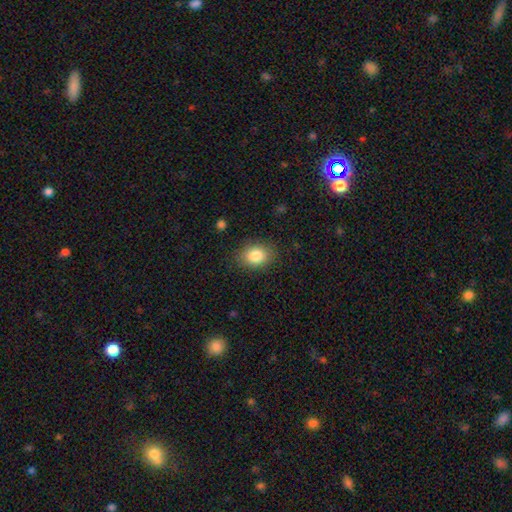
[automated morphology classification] Smooth or featured? Predicted: smooth (p=0.84). How rounded? Predicted: in between (p=0.62). Merging? Predicted: none (p=0.85).